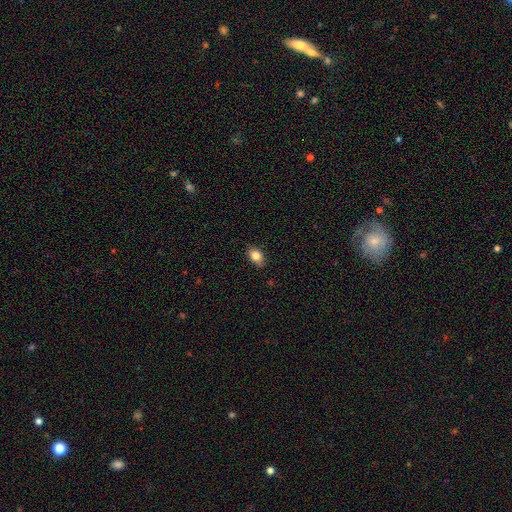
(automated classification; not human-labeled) smooth-or-featured: smooth: 83% | featured or disk: 9% | star or artifact: 8%
  how-rounded: in between: 81% | round: 17% | cigar-shaped: 2%
  merging: none: 82% | minor disturbance: 15% | major disturbance: 2% | merger: 1%